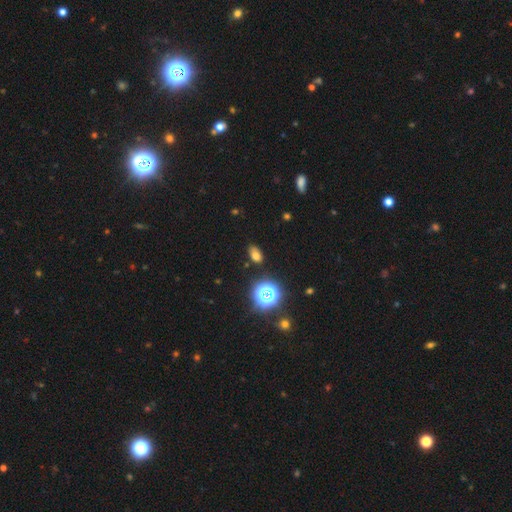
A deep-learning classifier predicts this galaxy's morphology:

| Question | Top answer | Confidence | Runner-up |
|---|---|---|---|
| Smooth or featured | smooth | 70% | star or artifact (21%) |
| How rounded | in between | 81% | round (16%) |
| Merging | none | 81% | minor disturbance (13%) |